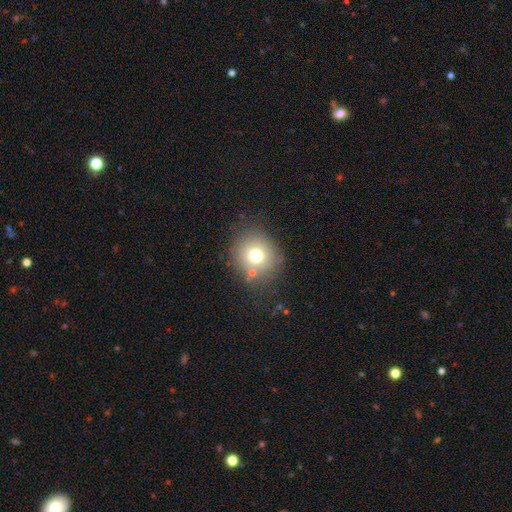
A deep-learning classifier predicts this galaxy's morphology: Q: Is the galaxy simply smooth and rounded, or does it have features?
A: smooth — 71%.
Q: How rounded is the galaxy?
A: round — 83%.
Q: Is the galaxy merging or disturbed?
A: none — 78%.